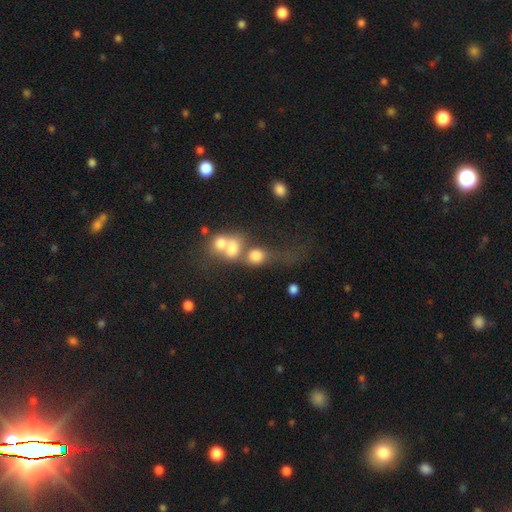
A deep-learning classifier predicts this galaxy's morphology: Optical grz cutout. It shows a smooth galaxy with no disk features (68%) that is round (58%). Merging: merger (59%).